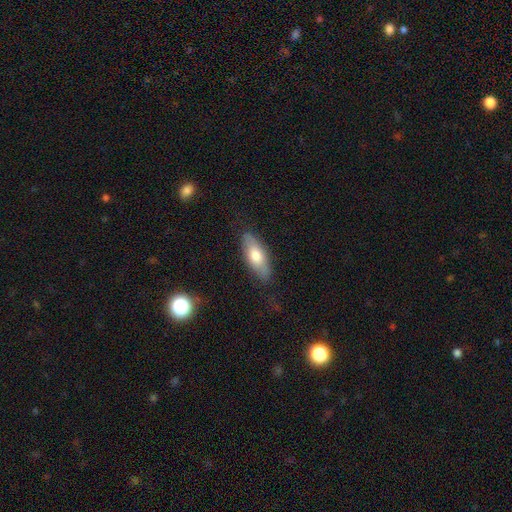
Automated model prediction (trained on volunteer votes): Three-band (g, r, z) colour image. It shows a smooth galaxy with no disk features (70%) that is in between round and cigar-shaped (74%). Merging: none (81%).